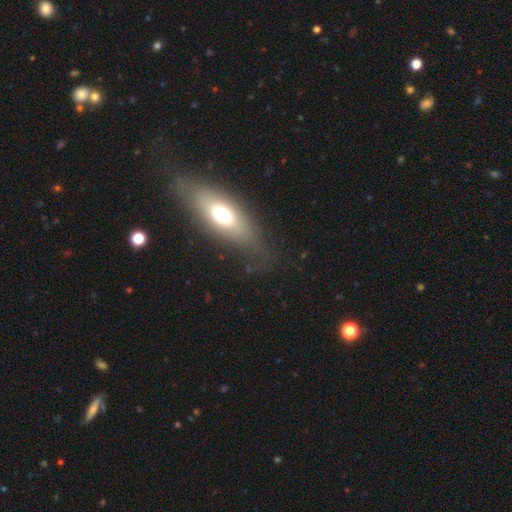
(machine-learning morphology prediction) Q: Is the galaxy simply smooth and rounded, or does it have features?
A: smooth — 50%.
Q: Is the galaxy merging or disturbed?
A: none — 76%.